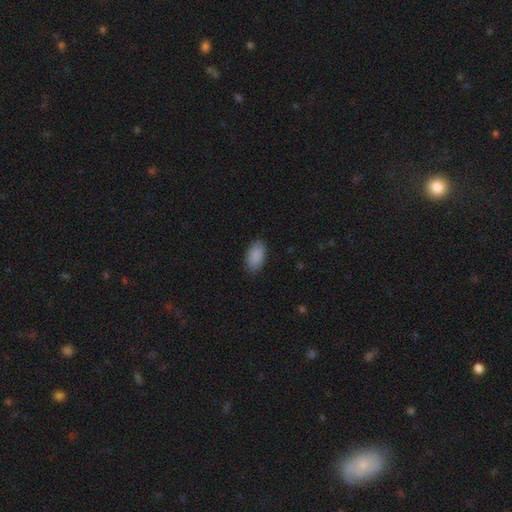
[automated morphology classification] The model was most divided on "merging": none: 85%, minor disturbance: 11%, major disturbance: 2%, merger: 1%. More confident: how rounded — in between (95%); smooth or featured — smooth (90%).